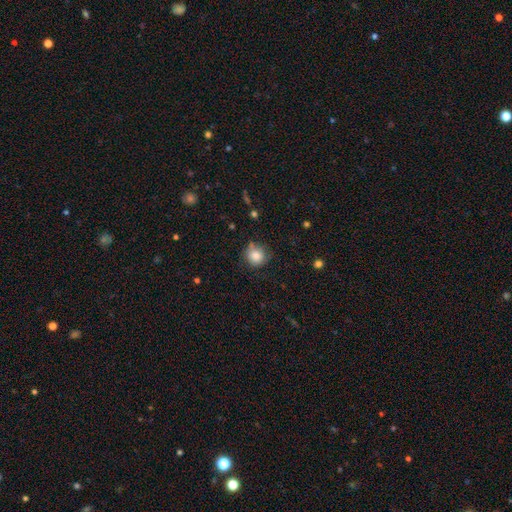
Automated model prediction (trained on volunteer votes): smooth 83%, star or artifact 10%, featured or disk 8%. Down the decision tree: how rounded — round (89%); merging — none (70%).